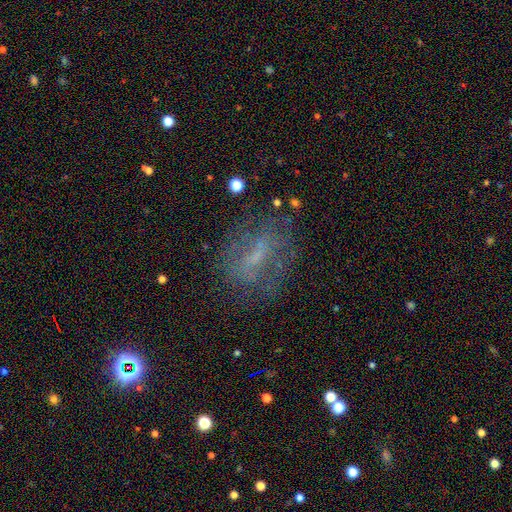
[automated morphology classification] This appears to be a featured or disk galaxy (48%). Merging: none (65%).